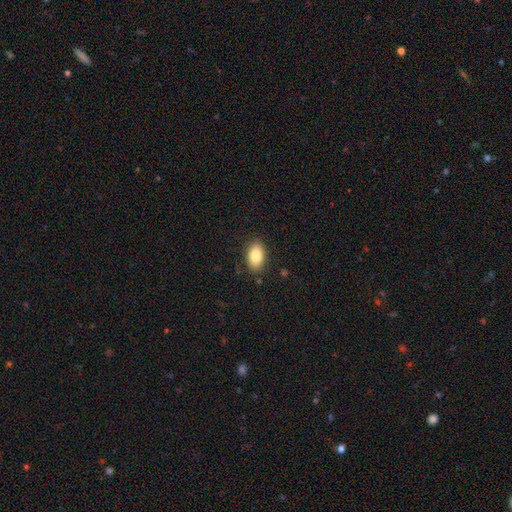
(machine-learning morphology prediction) The model was most divided on "merging": none: 85%, minor disturbance: 11%, major disturbance: 3%, merger: 1%. More confident: how rounded — in between (92%); smooth or featured — smooth (85%).